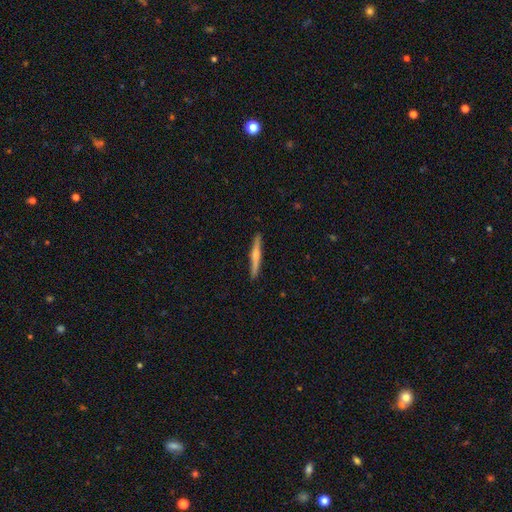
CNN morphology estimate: A featured or disk galaxy (51%) viewed edge-on (97%).

Vote fractions:
- Smooth or featured? featured or disk: 51% / smooth: 44% / star or artifact: 5%
- Edge-on disk? yes: 97% / no: 3%
- Merging? none: 89% / minor disturbance: 8% / major disturbance: 1% / merger: 1%